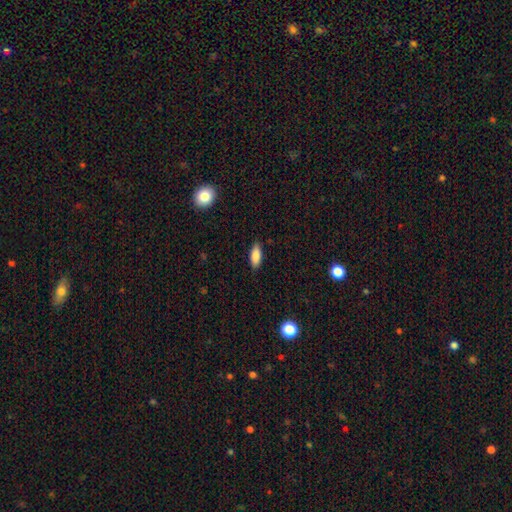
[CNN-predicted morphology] Smooth or featured?
  - smooth: 86% *
  - star or artifact: 7%
  - featured or disk: 7%
How rounded?
  - in between: 81% *
  - cigar-shaped: 17%
  - round: 2%
Merging?
  - none: 86% *
  - minor disturbance: 11%
  - major disturbance: 2%
  - merger: 1%